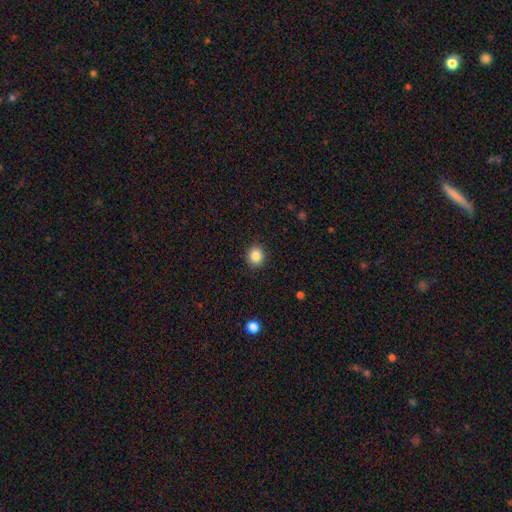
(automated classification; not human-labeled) Smooth or featured?
  - smooth: 86% *
  - star or artifact: 10%
  - featured or disk: 4%
How rounded?
  - round: 84% *
  - in between: 15%
  - cigar-shaped: 1%
Merging?
  - none: 90% *
  - minor disturbance: 7%
  - major disturbance: 2%
  - merger: 1%